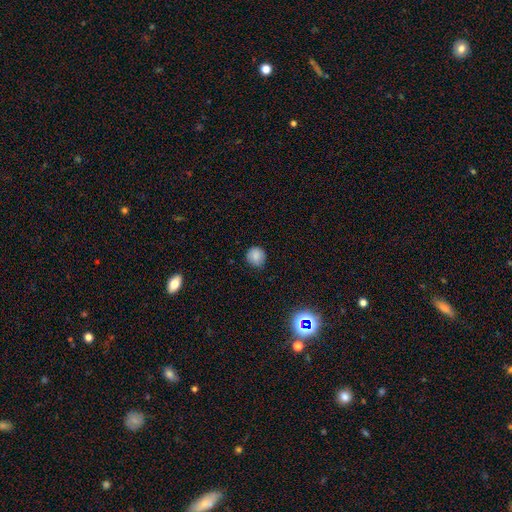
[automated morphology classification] Q: Smooth or featured?
A: smooth (84%); runner-up: star or artifact (11%)
Q: How rounded?
A: round (91%); runner-up: in between (8%)
Q: Merging?
A: none (82%); runner-up: minor disturbance (15%)